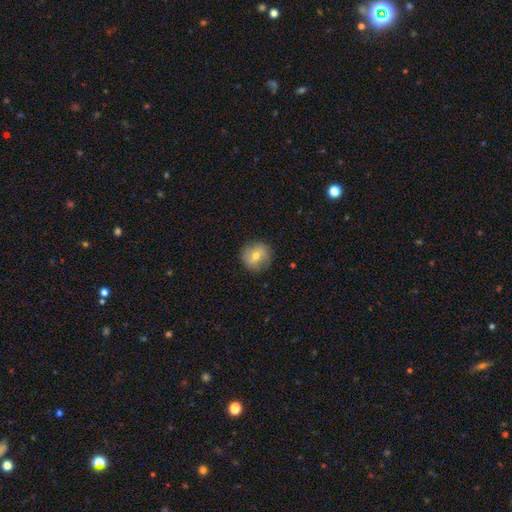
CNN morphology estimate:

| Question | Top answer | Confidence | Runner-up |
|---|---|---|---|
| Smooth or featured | smooth | 65% | featured or disk (26%) |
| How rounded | round | 90% | in between (9%) |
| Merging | none | 83% | minor disturbance (12%) |